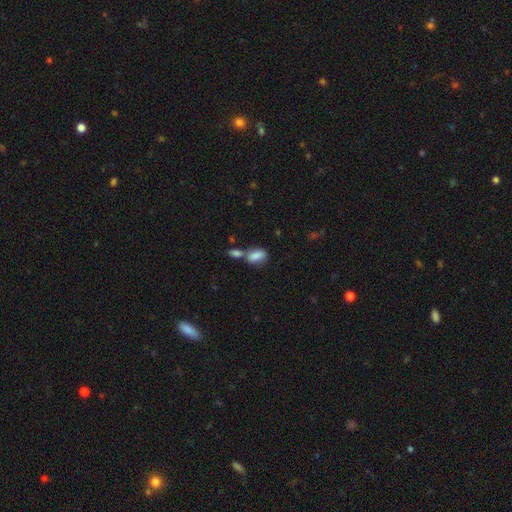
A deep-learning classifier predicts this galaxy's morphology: Smooth or featured? smooth (82%)
How rounded? in between (87%)
Merging? merger (46%)